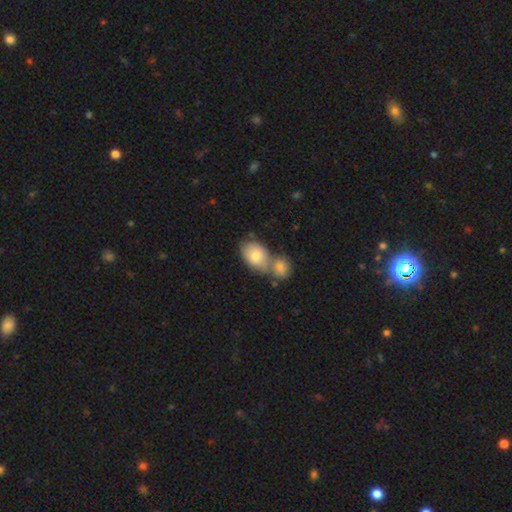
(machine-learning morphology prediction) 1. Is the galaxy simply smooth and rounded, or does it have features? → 78% smooth, 15% featured or disk, 7% star or artifact.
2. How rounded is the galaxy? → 81% in between, 18% round, 2% cigar-shaped.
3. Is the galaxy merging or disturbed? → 55% merger, 32% none, 10% minor disturbance, 3% major disturbance.